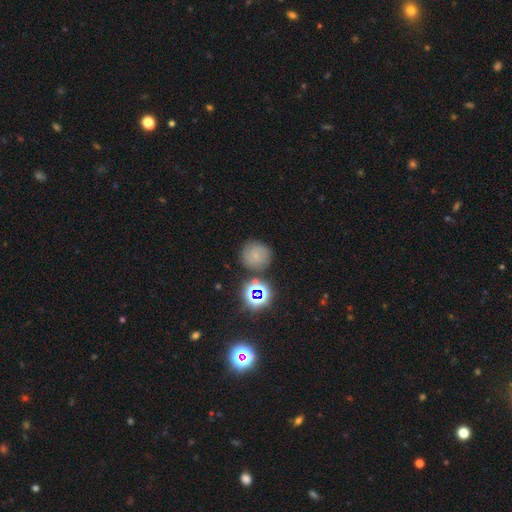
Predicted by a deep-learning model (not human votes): A smooth galaxy with no disk features (47%). Merging: none (76%).